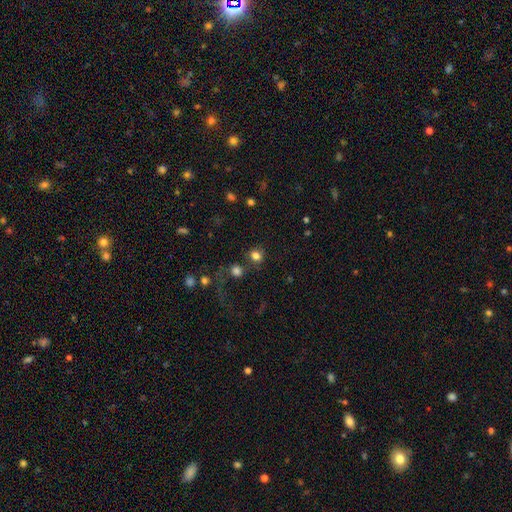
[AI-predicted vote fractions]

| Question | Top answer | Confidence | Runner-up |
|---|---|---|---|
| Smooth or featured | smooth | 80% | star or artifact (14%) |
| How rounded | round | 77% | in between (22%) |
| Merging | none | 71% | merger (13%) |